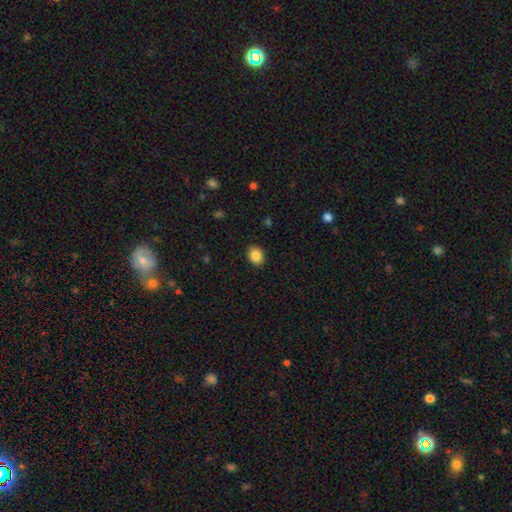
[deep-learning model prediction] A smooth galaxy with no disk features (85%) that is in between round and cigar-shaped (51%).

Vote fractions:
- Smooth or featured? smooth: 85% / star or artifact: 9% / featured or disk: 6%
- How rounded? in between: 51% / round: 49% / cigar-shaped: 1%
- Merging? none: 90% / minor disturbance: 7% / major disturbance: 2% / merger: 1%